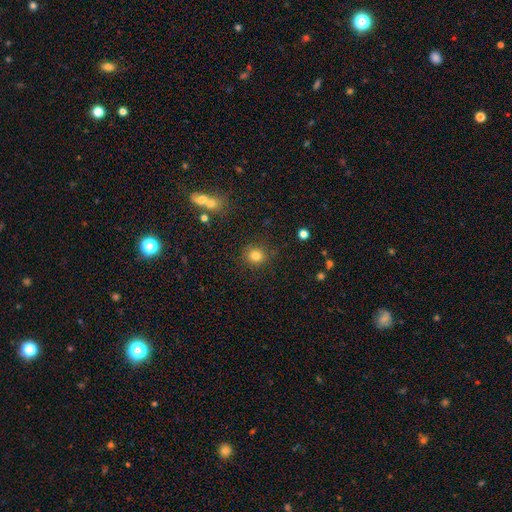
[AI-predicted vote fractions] The model was most divided on "smooth or featured": smooth: 81%, star or artifact: 13%, featured or disk: 6%. More confident: how rounded — round (87%); merging — none (85%).